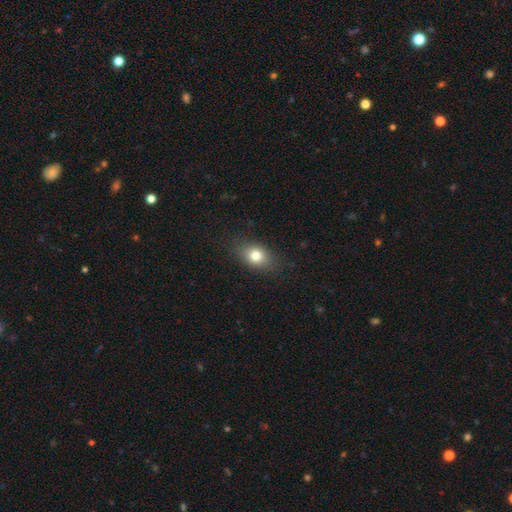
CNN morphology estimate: Smooth or featured? Predicted: smooth (p=0.78). How rounded? Predicted: in between (p=0.67). Merging? Predicted: none (p=0.82).